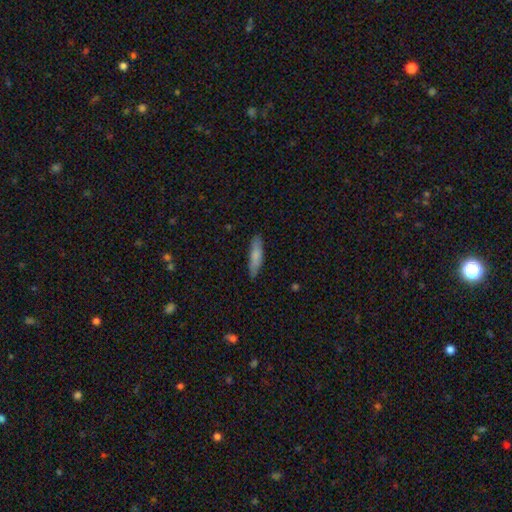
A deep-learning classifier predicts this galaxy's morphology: type=smooth (78%); roundness=cigar-shaped (75%); merging=none (85%).